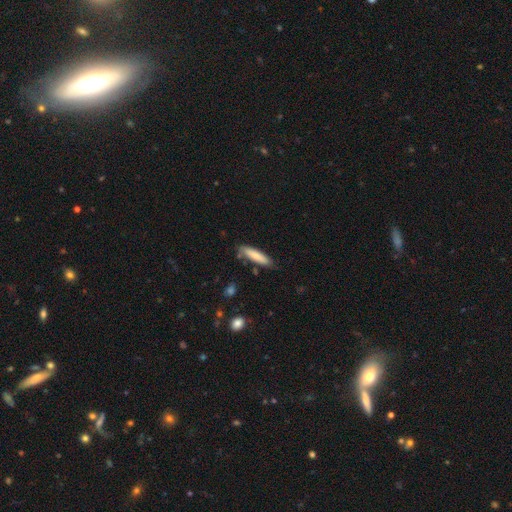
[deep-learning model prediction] Q: Smooth or featured?
A: smooth (78%); runner-up: featured or disk (16%)
Q: How rounded?
A: cigar-shaped (76%); runner-up: in between (23%)
Q: Merging?
A: none (77%); runner-up: minor disturbance (17%)